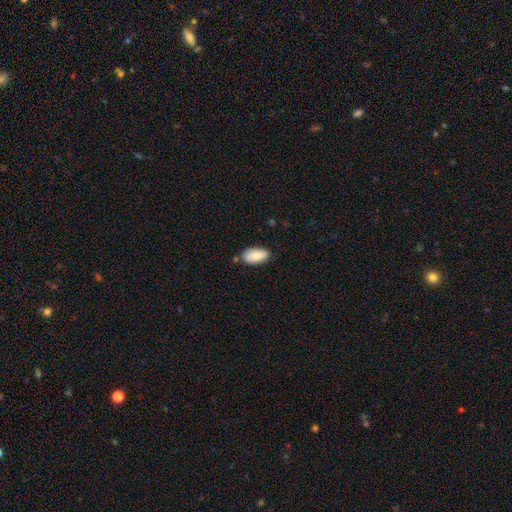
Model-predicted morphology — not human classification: Smooth or featured? Predicted: smooth (p=0.82). How rounded? Predicted: in between (p=0.94). Merging? Predicted: none (p=0.76).